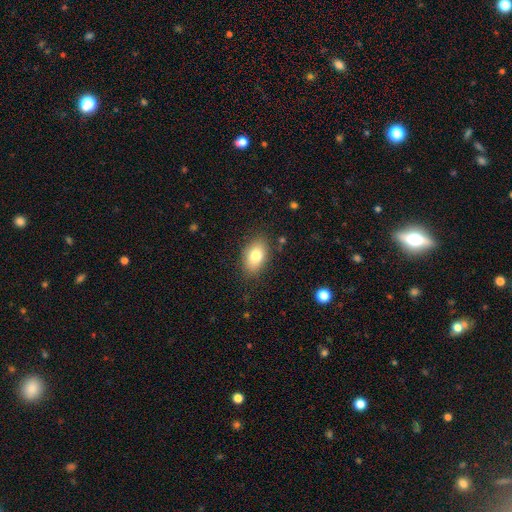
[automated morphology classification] Smooth or featured: smooth — 80% (featured or disk — 13%)
How rounded: in between — 88% (round — 10%)
Merging: none — 84% (minor disturbance — 12%)